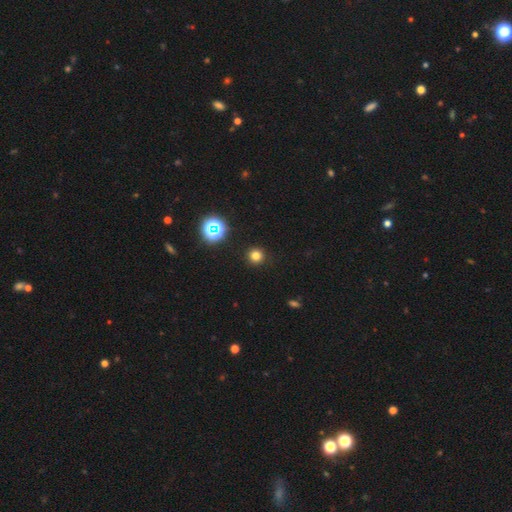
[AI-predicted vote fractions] A smooth galaxy with no disk features (77%) that is round (95%). Merging: none (92%).